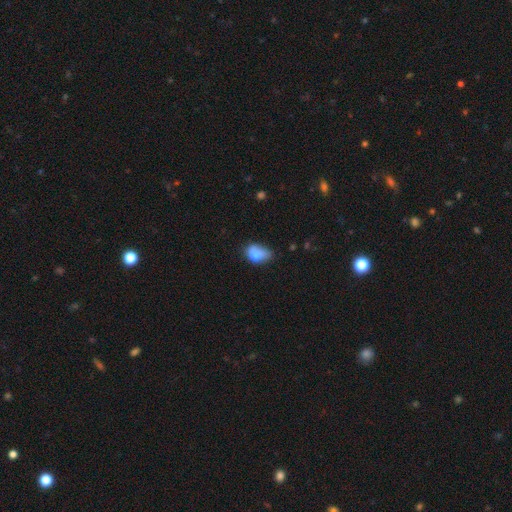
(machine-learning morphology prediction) Smooth or featured? Predicted: smooth (p=0.72). How rounded? Predicted: in between (p=0.79). Merging? Predicted: minor disturbance (p=0.41).